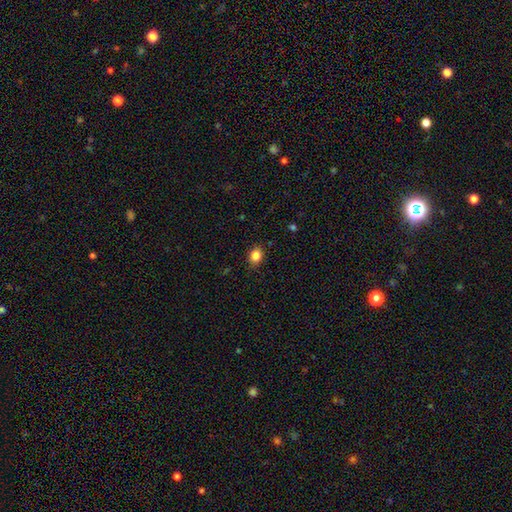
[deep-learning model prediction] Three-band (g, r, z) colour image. It shows a smooth galaxy with no disk features (84%) that is round (51%). Merging: none (88%).